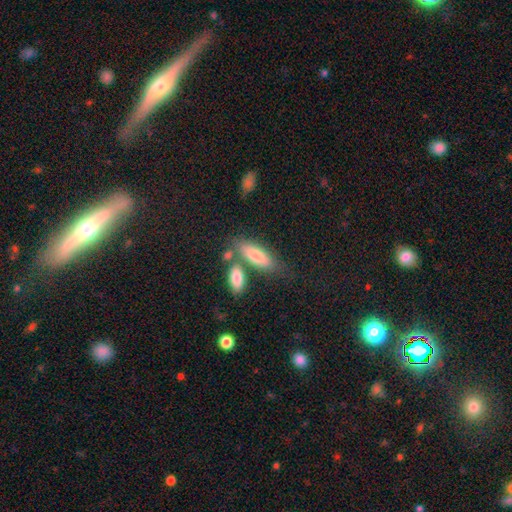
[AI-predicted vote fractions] Overall: smooth (79%). How rounded: in between (64%; cigar-shaped 33%). Merging: none (57%; merger 24%).